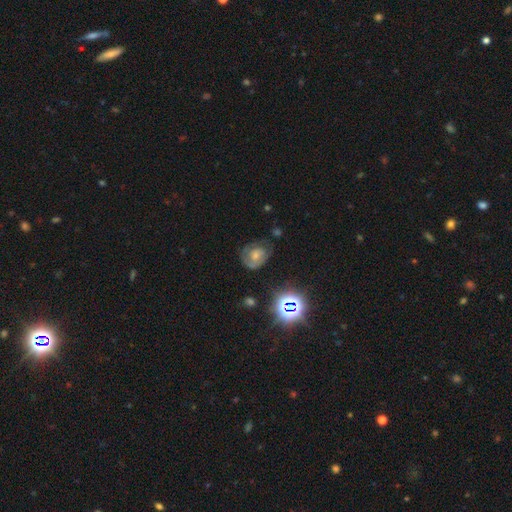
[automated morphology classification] Q: Smooth or featured?
A: featured or disk (50%); runner-up: smooth (35%)
Q: Edge-on disk?
A: no (96%); runner-up: yes (4%)
Q: Merging?
A: none (54%); runner-up: minor disturbance (27%)